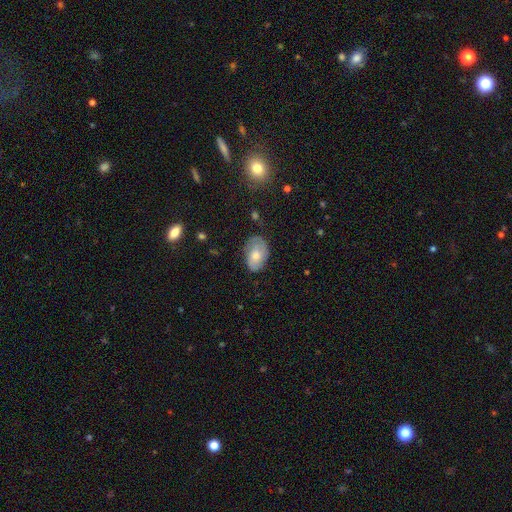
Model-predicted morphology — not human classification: Smooth or featured? Predicted: smooth (p=0.48). Merging? Predicted: none (p=0.71).